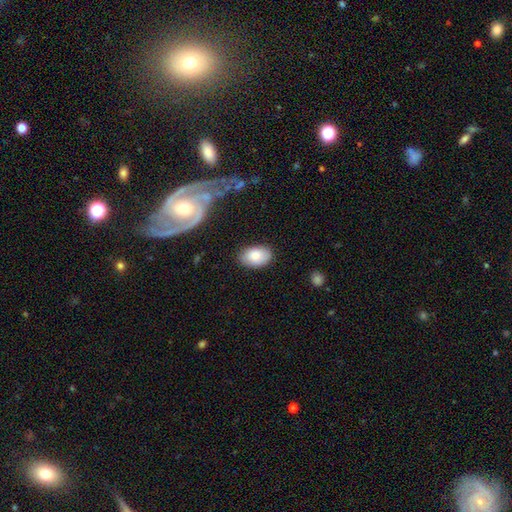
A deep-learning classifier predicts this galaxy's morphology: The model was most divided on "smooth or featured": smooth: 81%, featured or disk: 13%, star or artifact: 7%. More confident: how rounded — in between (91%); merging — none (82%).